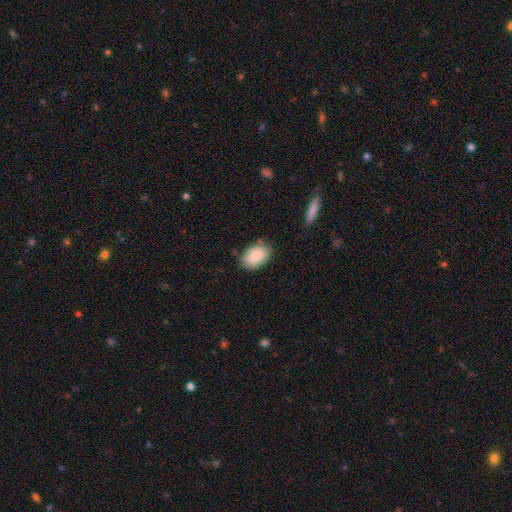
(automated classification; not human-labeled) smooth-or-featured: smooth: 88% | star or artifact: 6% | featured or disk: 6%
  how-rounded: in between: 90% | round: 9% | cigar-shaped: 1%
  merging: none: 79% | minor disturbance: 16% | major disturbance: 3% | merger: 2%